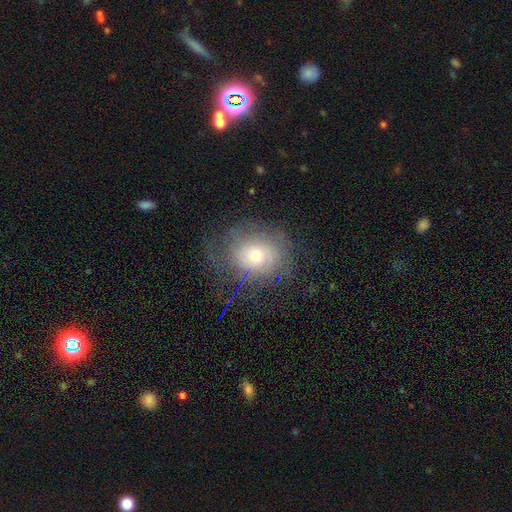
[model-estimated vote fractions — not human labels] Smooth or featured?
  - smooth: 45% *
  - featured or disk: 43%
  - star or artifact: 12%
Merging?
  - none: 65% *
  - minor disturbance: 19%
  - major disturbance: 15%
  - merger: 1%